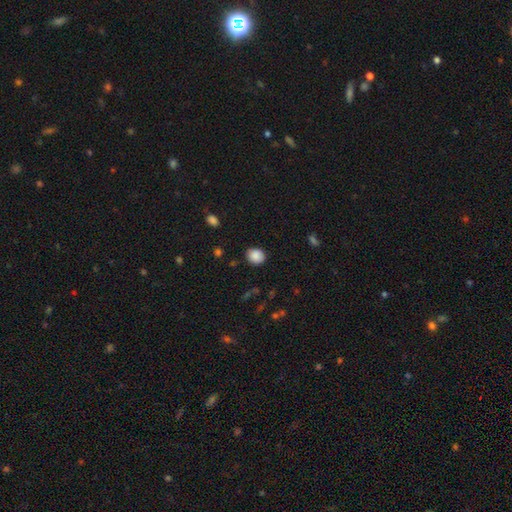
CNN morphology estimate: This is clearly a smooth galaxy (87%). How rounded: likely round (68%). Merging: clearly none (86%).